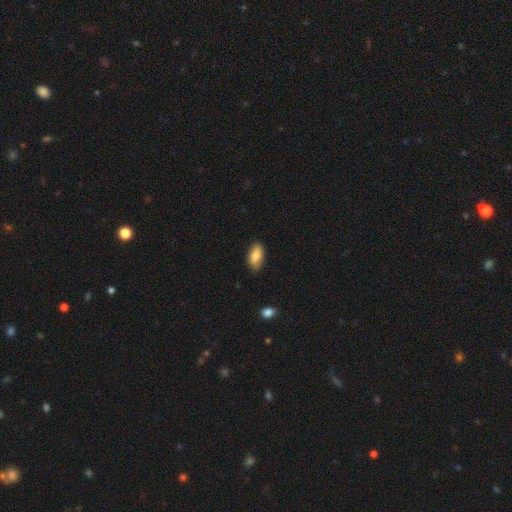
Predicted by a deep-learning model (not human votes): Overall: smooth (85%). How rounded: in between (89%). Merging: none (79%).